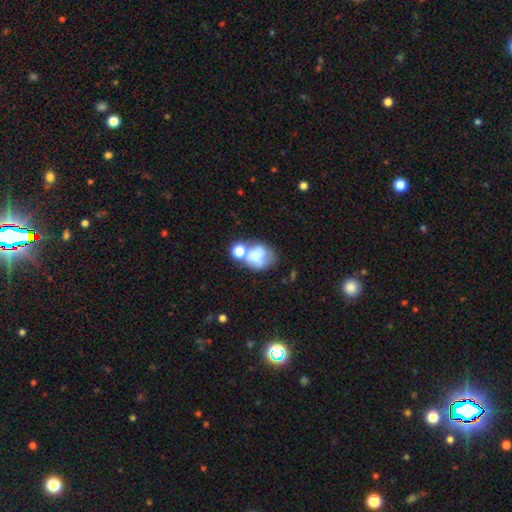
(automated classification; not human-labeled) Overall: smooth (66%). How rounded: round (54%; in between 45%). Merging: merger (41%; none 29%).